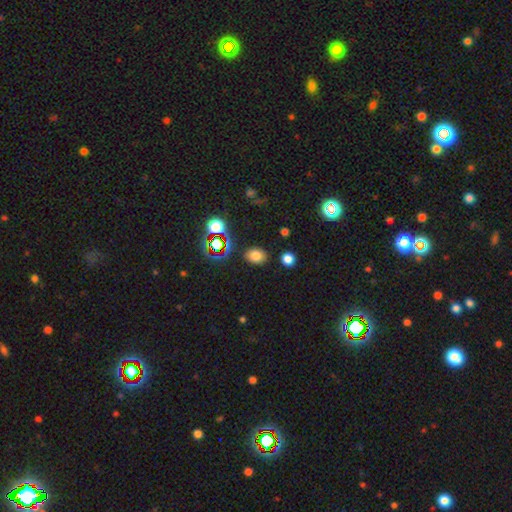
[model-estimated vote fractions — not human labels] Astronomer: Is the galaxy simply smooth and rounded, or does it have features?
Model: smooth — 74%.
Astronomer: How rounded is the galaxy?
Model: in between — 60% (runner-up: round, 39%).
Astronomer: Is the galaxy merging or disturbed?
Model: none — 85%.